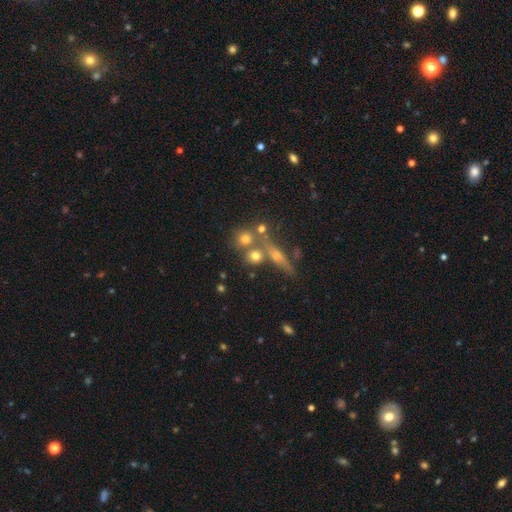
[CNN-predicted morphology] smooth 52%, featured or disk 31%, star or artifact 17%. Down the decision tree: how rounded — round (63%); merging — none (59%).